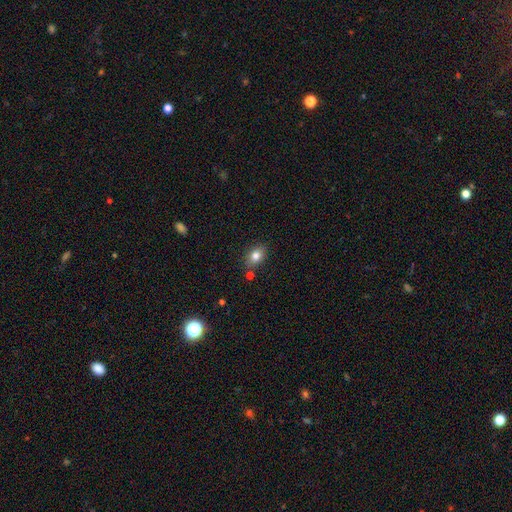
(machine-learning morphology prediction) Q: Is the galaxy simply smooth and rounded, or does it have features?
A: smooth — 80%.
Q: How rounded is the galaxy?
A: in between — 75%.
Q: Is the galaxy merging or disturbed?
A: none — 77%.